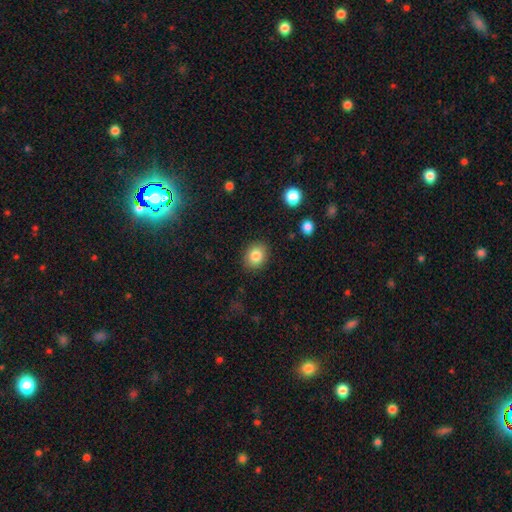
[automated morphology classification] Smooth or featured? Predicted: smooth (p=0.84). How rounded? Predicted: round (p=0.57). Merging? Predicted: none (p=0.88).